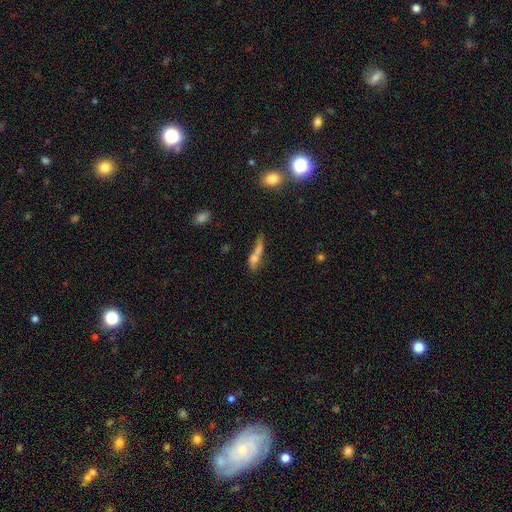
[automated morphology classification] Smooth or featured? Predicted: smooth (p=0.60). How rounded? Predicted: cigar-shaped (p=0.56). Merging? Predicted: merger (p=0.47).